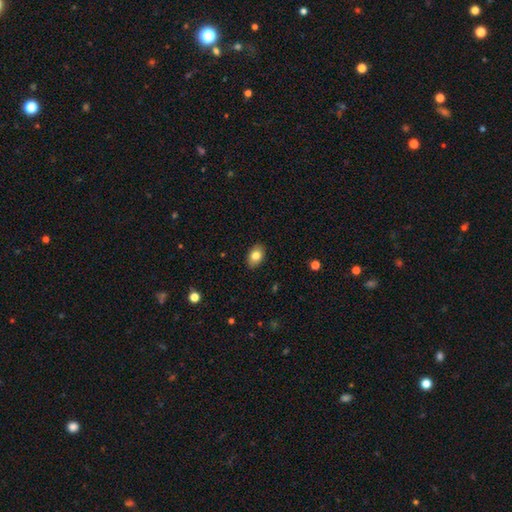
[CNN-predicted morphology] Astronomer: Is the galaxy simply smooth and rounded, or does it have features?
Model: smooth — 81%.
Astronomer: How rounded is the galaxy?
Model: in between — 83%.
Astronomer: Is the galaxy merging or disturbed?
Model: none — 89%.